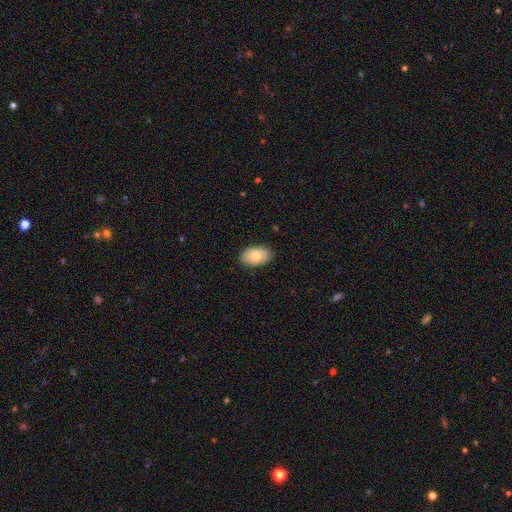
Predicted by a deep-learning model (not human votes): Smooth or featured?
  - smooth: 78% *
  - featured or disk: 15%
  - star or artifact: 7%
How rounded?
  - in between: 92% *
  - round: 6%
  - cigar-shaped: 1%
Merging?
  - none: 88% *
  - minor disturbance: 9%
  - major disturbance: 2%
  - merger: 1%